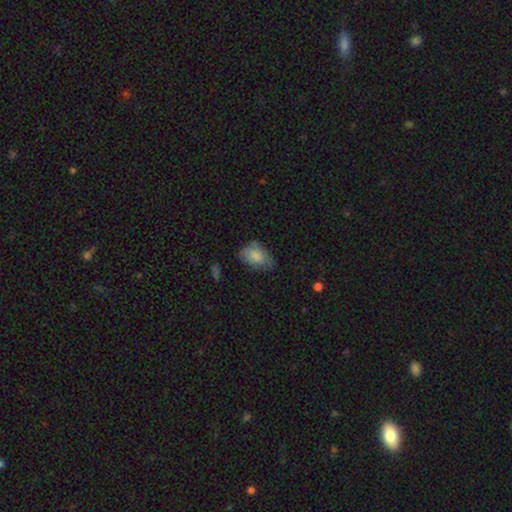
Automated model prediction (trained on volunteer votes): Overall: smooth (77%). How rounded: in between (85%). Merging: none (47%; minor disturbance 38%).